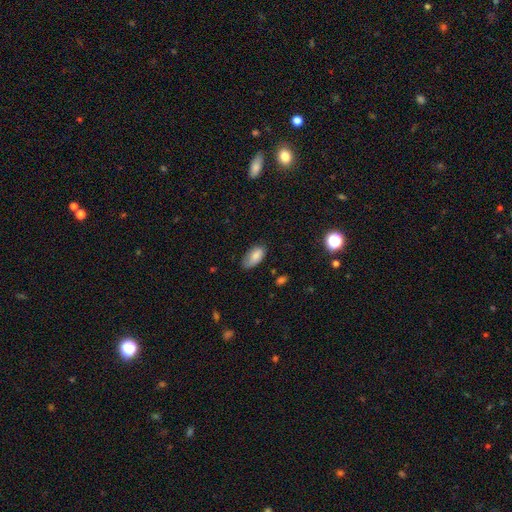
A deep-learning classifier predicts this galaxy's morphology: The model was most divided on "merging": none: 65%, minor disturbance: 28%, major disturbance: 6%, merger: 2%. More confident: how rounded — in between (93%); smooth or featured — smooth (82%).